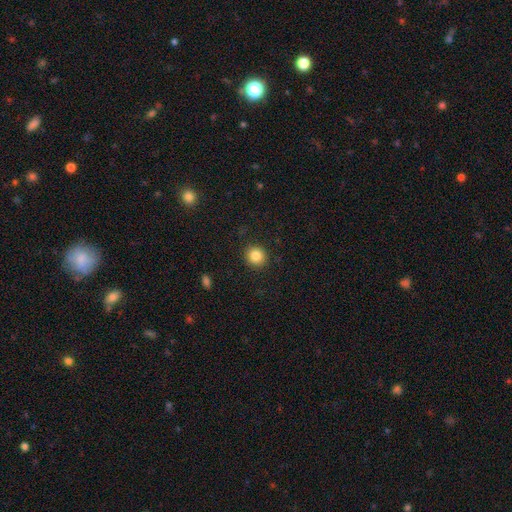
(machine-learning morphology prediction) Smooth or featured: smooth — 85% (star or artifact — 10%)
How rounded: round — 91% (in between — 8%)
Merging: none — 91% (minor disturbance — 6%)